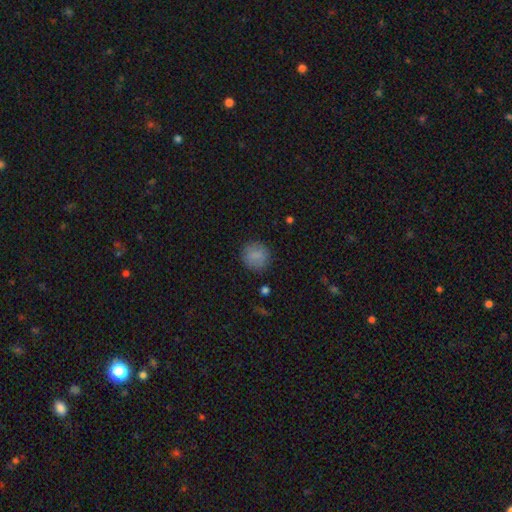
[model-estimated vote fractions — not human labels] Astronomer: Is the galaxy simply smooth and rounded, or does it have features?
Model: smooth — 84%.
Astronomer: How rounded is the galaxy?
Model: round — 91%.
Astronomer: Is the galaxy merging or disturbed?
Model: none — 86%.